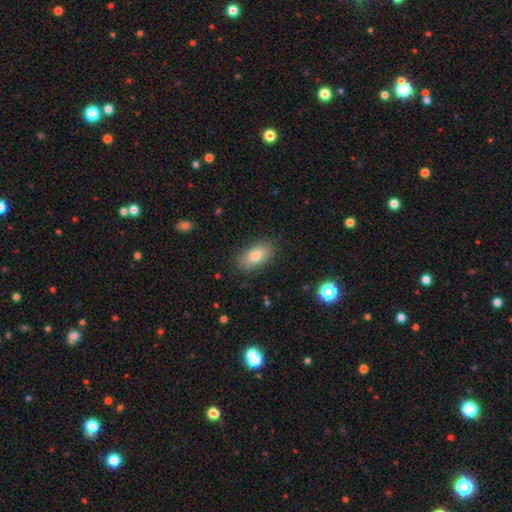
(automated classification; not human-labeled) smooth-or-featured: smooth: 79% | featured or disk: 13% | star or artifact: 8%
  how-rounded: in between: 90% | cigar-shaped: 5% | round: 5%
  merging: none: 86% | minor disturbance: 10% | major disturbance: 3% | merger: 1%